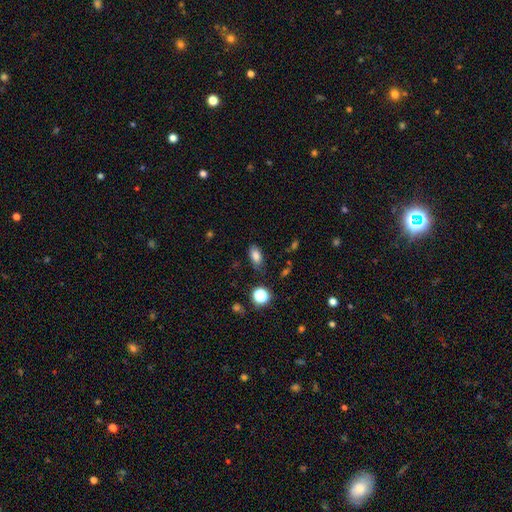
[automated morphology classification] Smooth or featured? Predicted: smooth (p=0.81). How rounded? Predicted: in between (p=0.88). Merging? Predicted: none (p=0.77).